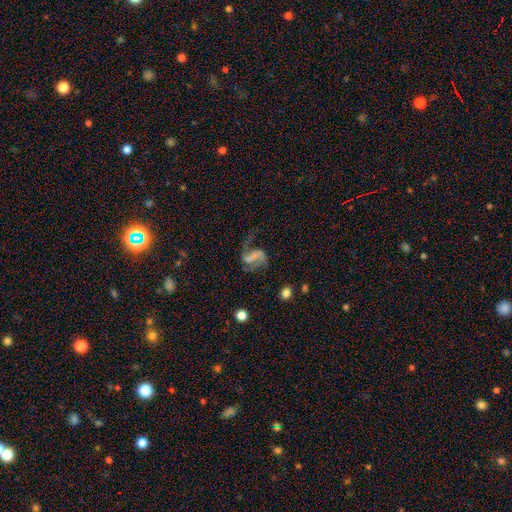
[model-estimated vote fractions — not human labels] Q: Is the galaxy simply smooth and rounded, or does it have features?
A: featured or disk — 80%.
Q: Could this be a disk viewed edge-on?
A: no — 98%.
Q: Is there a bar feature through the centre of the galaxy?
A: strong — 38%.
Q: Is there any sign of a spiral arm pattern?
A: yes — 92%.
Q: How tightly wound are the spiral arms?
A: loose — 67%.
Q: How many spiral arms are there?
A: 2 — 82%.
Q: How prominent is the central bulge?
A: none — 63%.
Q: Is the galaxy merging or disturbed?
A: none — 54%.